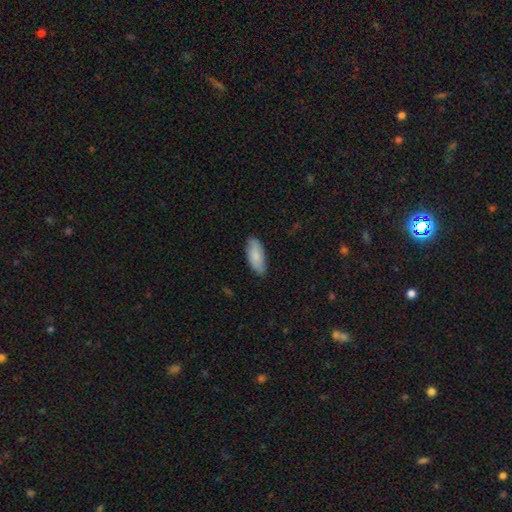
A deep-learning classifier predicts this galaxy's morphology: Smooth or featured? smooth (82%)
How rounded? in between (86%)
Merging? none (80%)